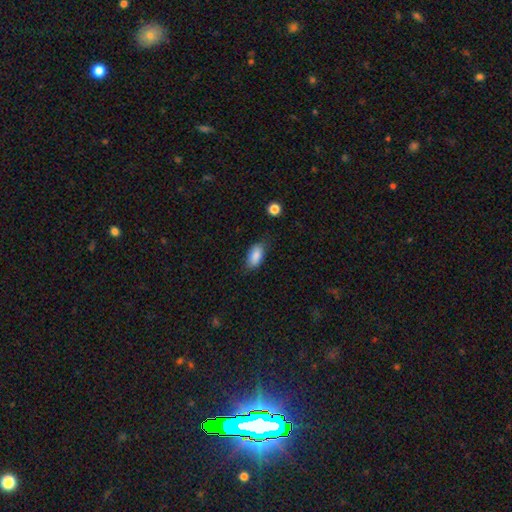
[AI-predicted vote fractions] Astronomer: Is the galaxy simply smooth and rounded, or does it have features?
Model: smooth — 86%.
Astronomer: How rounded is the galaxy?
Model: in between — 91%.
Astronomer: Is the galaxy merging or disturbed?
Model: none — 78%.